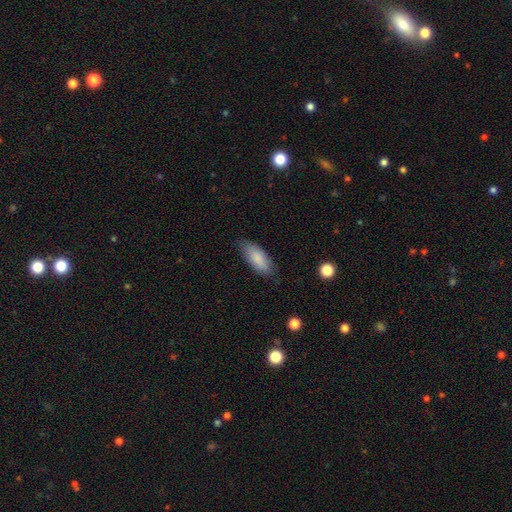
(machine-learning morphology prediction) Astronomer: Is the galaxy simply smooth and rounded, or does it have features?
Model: smooth — 84%.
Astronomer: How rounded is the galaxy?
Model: in between — 77%.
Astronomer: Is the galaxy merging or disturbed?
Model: none — 81%.